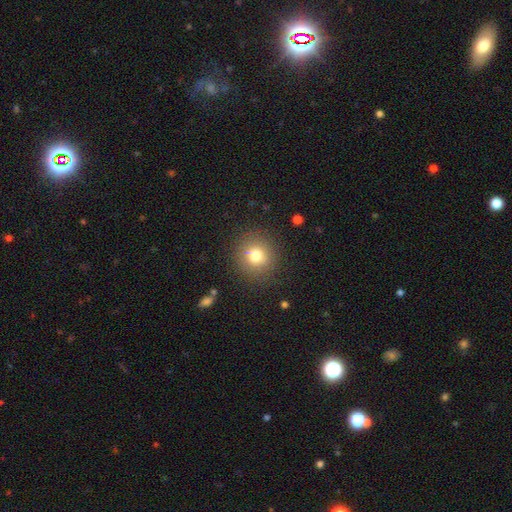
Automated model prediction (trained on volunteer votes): Overall: smooth (78%). How rounded: round (89%). Merging: none (87%).